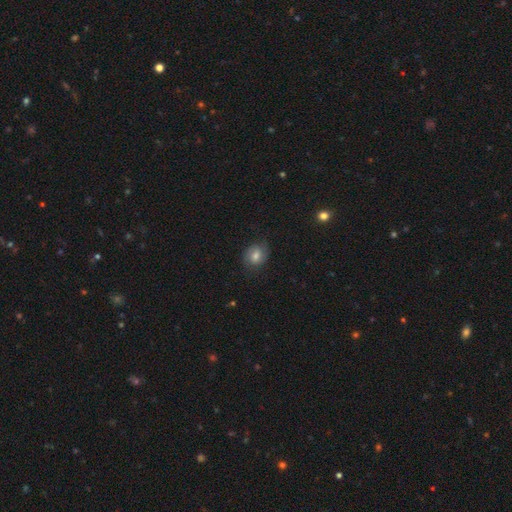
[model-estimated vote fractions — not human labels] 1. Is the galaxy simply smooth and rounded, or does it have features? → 56% smooth, 33% featured or disk, 11% star or artifact.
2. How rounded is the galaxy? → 54% round, 45% in between, 1% cigar-shaped.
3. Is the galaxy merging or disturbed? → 76% none, 17% minor disturbance, 6% major disturbance, 1% merger.